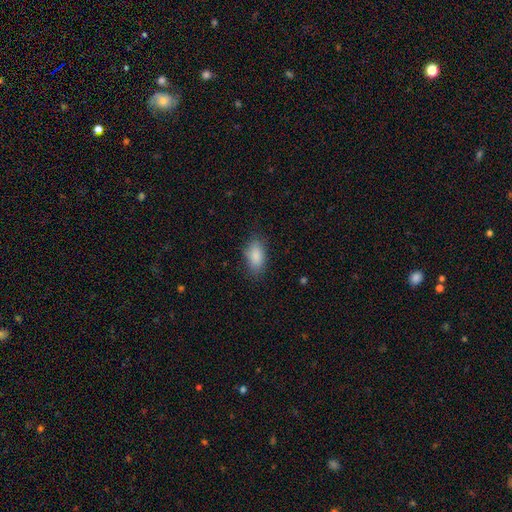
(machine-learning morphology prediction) smooth 88%, star or artifact 7%, featured or disk 5%. Down the decision tree: how rounded — in between (91%); merging — none (78%).